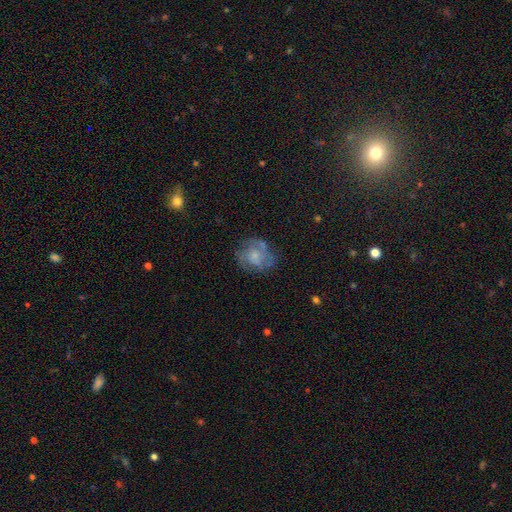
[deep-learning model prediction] smooth_or_featured: featured or disk (p=0.56) [alt: smooth p=0.35]
disk_edge_on: no (p=0.98) [alt: yes p=0.02]
bar: no (p=0.77) [alt: weak p=0.20]
has_spiral_arms: yes (p=0.72) [alt: no p=0.28]
bulge_size: small (p=0.56) [alt: moderate p=0.26]
merging: none (p=0.63) [alt: minor disturbance p=0.22]